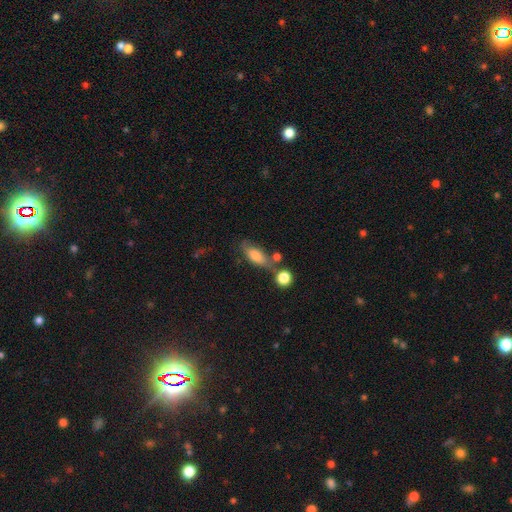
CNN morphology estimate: smooth 74%, featured or disk 18%, star or artifact 8%. Down the decision tree: how rounded — in between (78%); merging — none (50%).